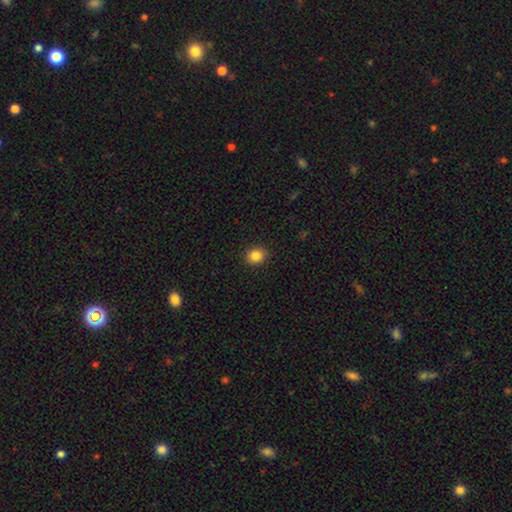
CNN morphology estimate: This appears to be a smooth galaxy with no disk features (85%) that is round (77%). Merging: none (91%).